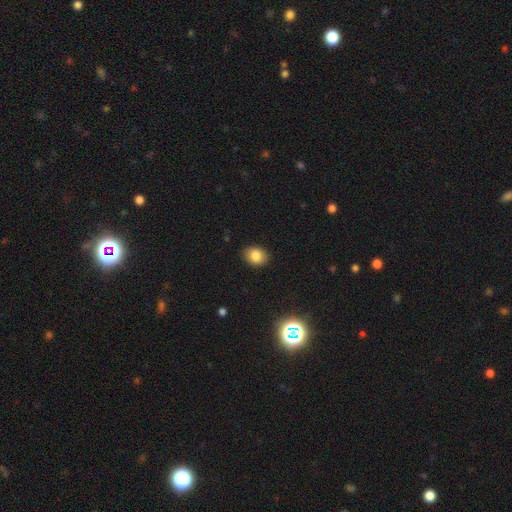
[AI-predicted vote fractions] Smooth or featured: smooth — 83% (star or artifact — 10%)
How rounded: in between — 60% (round — 39%)
Merging: none — 87% (minor disturbance — 10%)